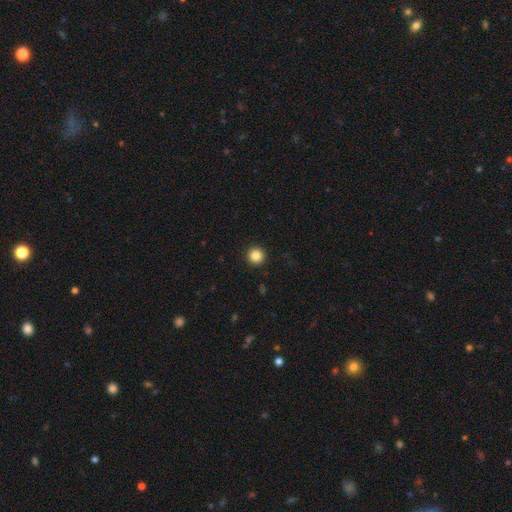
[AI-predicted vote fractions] Smooth or featured? Predicted: smooth (p=0.85). How rounded? Predicted: round (p=0.96). Merging? Predicted: none (p=0.94).